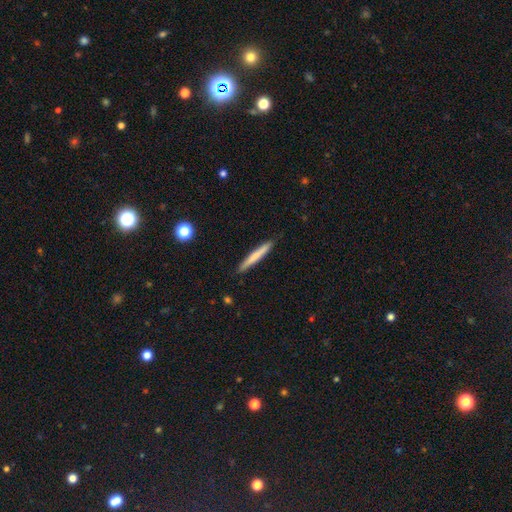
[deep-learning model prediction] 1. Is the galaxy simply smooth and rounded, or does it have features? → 68% smooth, 27% featured or disk, 5% star or artifact.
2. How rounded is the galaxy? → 96% cigar-shaped, 3% in between, 1% round.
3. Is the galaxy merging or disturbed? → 89% none, 9% minor disturbance, 1% major disturbance, 1% merger.